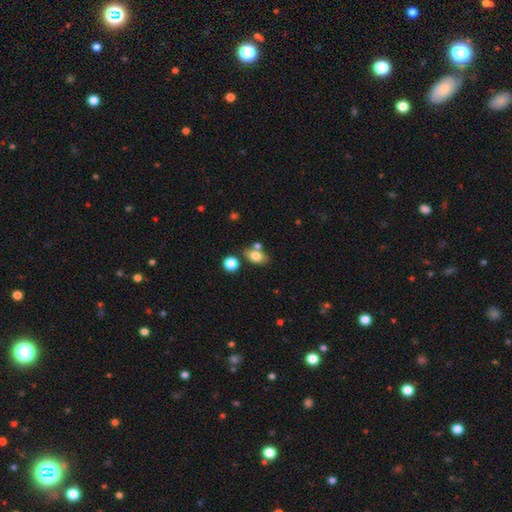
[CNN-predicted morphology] Smooth or featured? smooth (78%)
How rounded? in between (82%)
Merging? none (61%)